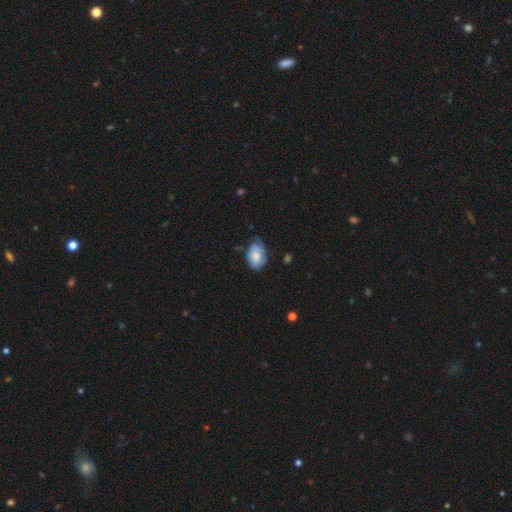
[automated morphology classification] The model was most divided on "merging": none: 50%, minor disturbance: 38%, major disturbance: 11%, merger: 2%. More confident: how rounded — in between (87%); smooth or featured — smooth (64%).